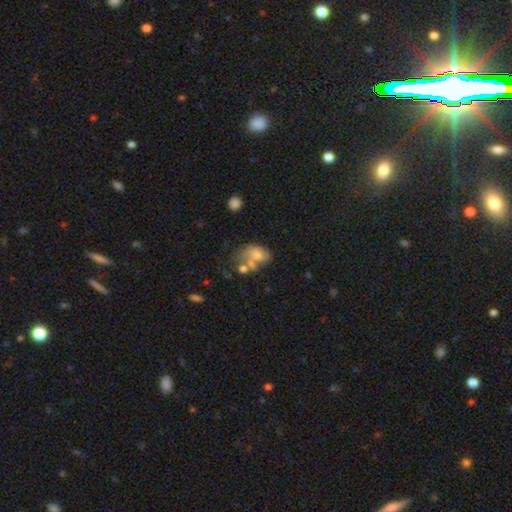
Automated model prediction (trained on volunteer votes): smooth 60%, featured or disk 30%, star or artifact 10%. Down the decision tree: how rounded — in between (76%); merging — merger (35%).